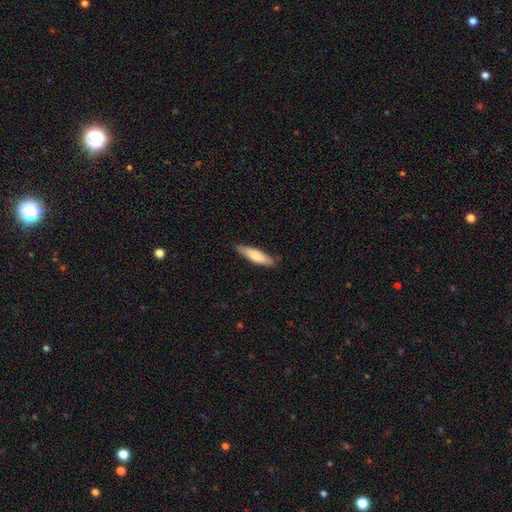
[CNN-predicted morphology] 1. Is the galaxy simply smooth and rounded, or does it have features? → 74% smooth, 21% featured or disk, 5% star or artifact.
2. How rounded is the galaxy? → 72% cigar-shaped, 27% in between, 1% round.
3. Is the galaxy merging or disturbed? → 83% none, 13% minor disturbance, 2% major disturbance, 1% merger.